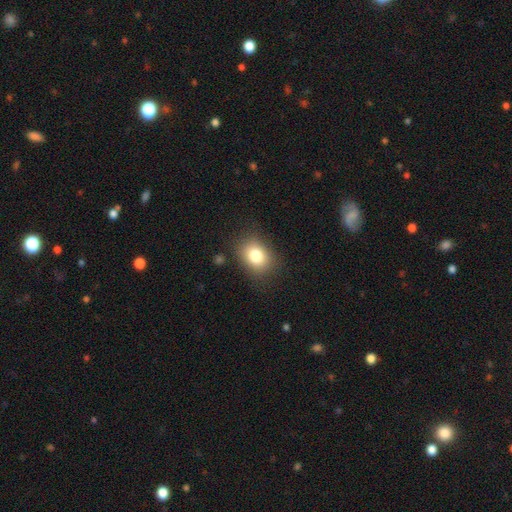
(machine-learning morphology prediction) A smooth galaxy with no disk features (80%) that is in between round and cigar-shaped (59%).

Vote fractions:
- Smooth or featured? smooth: 80% / star or artifact: 11% / featured or disk: 9%
- How rounded? in between: 59% / round: 40% / cigar-shaped: 1%
- Merging? none: 81% / minor disturbance: 12% / major disturbance: 4% / merger: 2%